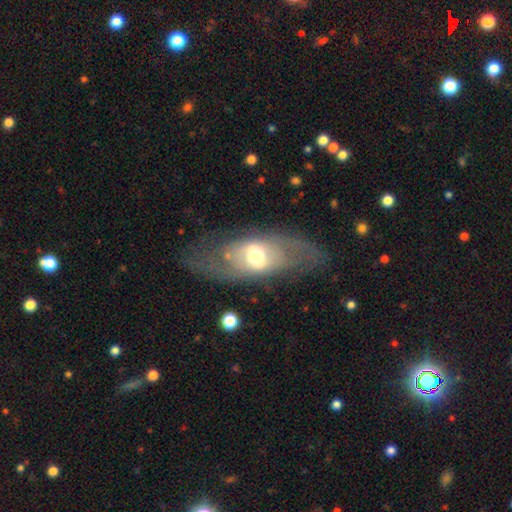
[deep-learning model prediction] smooth_or_featured: featured or disk (p=0.64) [alt: smooth p=0.29]
disk_edge_on: no (p=0.83) [alt: yes p=0.17]
bar: no (p=0.37) [tied with: weak p=0.37]
has_spiral_arms: no (p=0.61) [alt: yes p=0.39]
bulge_size: moderate (p=0.65) [alt: large p=0.19]
merging: none (p=0.65) [alt: minor disturbance p=0.17]